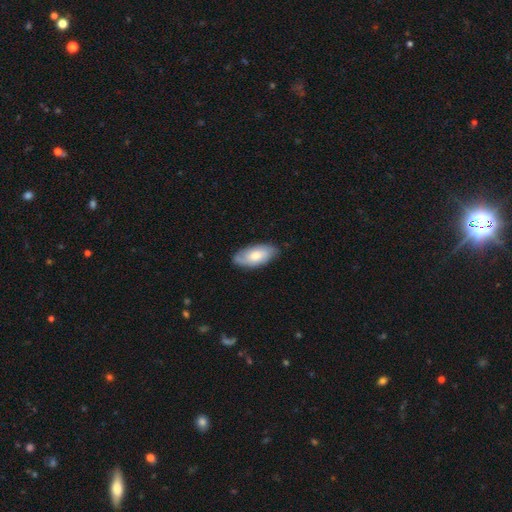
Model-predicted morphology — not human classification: type=smooth (66%); roundness=in between (92%); merging=none (79%).